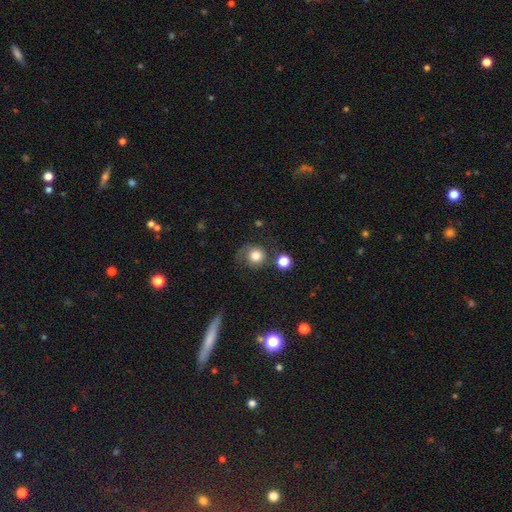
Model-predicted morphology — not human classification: smooth_or_featured: smooth (p=0.75) [alt: featured or disk p=0.14]
how_rounded: round (p=0.86) [alt: in between p=0.13]
merging: none (p=0.54) [alt: minor disturbance p=0.21]